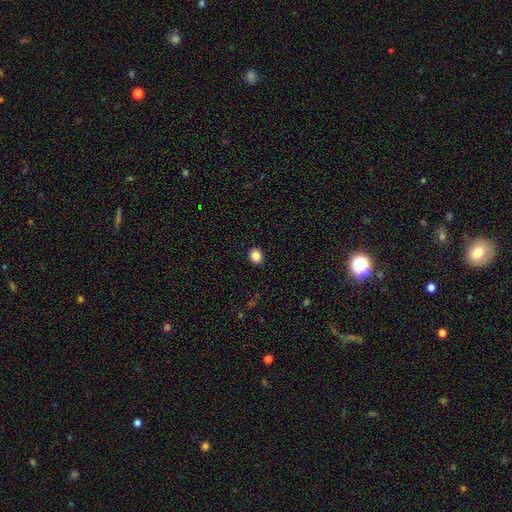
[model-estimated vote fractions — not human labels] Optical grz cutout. It shows a smooth galaxy with no disk features (86%) that is round (72%). Merging: none (92%).